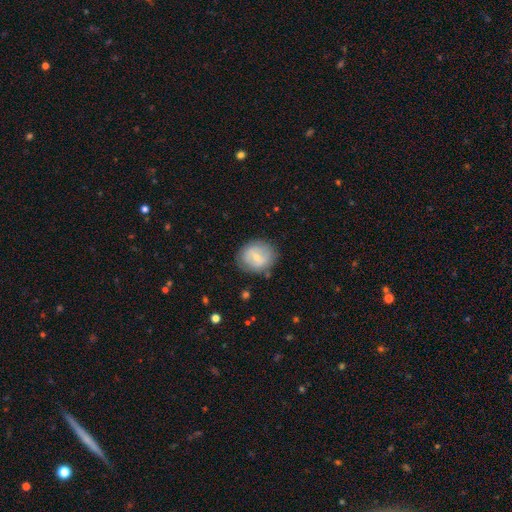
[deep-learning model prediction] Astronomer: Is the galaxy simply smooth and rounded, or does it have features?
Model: smooth — 53% (runner-up: featured or disk, 39%).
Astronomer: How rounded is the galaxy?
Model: round — 73%.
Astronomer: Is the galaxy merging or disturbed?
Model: none — 80%.